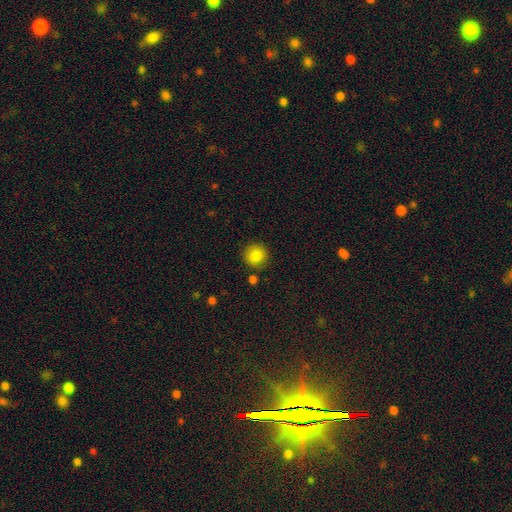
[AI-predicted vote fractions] A smooth galaxy with no disk features (84%) that is round (93%). Merging: none (86%).